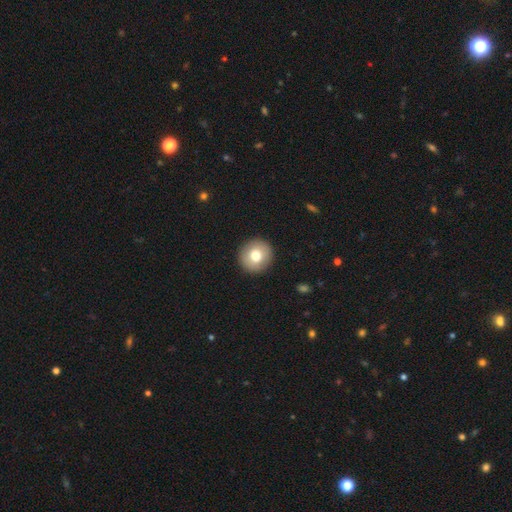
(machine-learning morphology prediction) smooth-or-featured: smooth: 76% | featured or disk: 16% | star or artifact: 8%
  how-rounded: round: 94% | in between: 6% | cigar-shaped: 1%
  merging: none: 93% | minor disturbance: 5% | major disturbance: 2% | merger: 1%